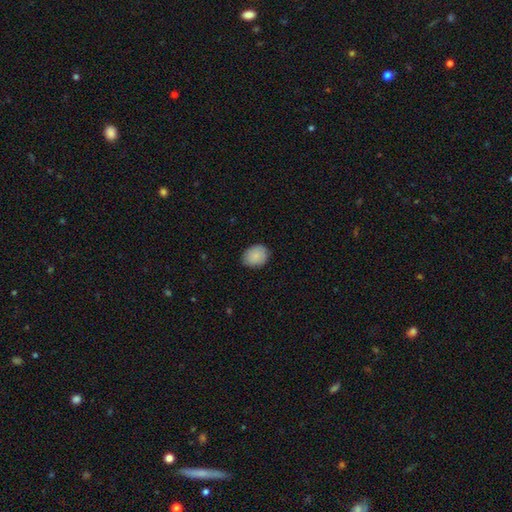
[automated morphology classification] Smooth or featured: smooth — 86% (featured or disk — 7%)
How rounded: in between — 54% (round — 45%)
Merging: none — 79% (minor disturbance — 17%)